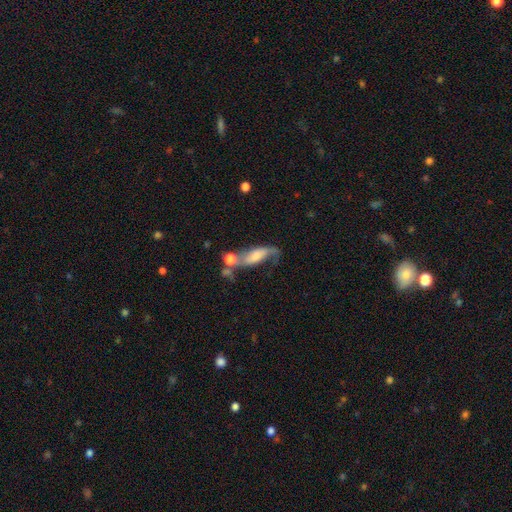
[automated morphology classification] smooth-or-featured: featured or disk: 60% | smooth: 32% | star or artifact: 8%
  disk-edge-on: no: 83% | yes: 17%
  merging: none: 35% | merger: 27% | minor disturbance: 19% | major disturbance: 18%